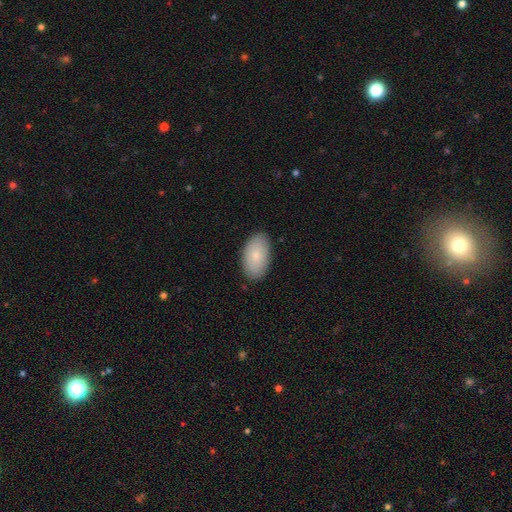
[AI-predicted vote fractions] smooth-or-featured: smooth: 82% | featured or disk: 12% | star or artifact: 6%
  how-rounded: in between: 94% | round: 4% | cigar-shaped: 1%
  merging: none: 86% | minor disturbance: 11% | major disturbance: 2% | merger: 1%